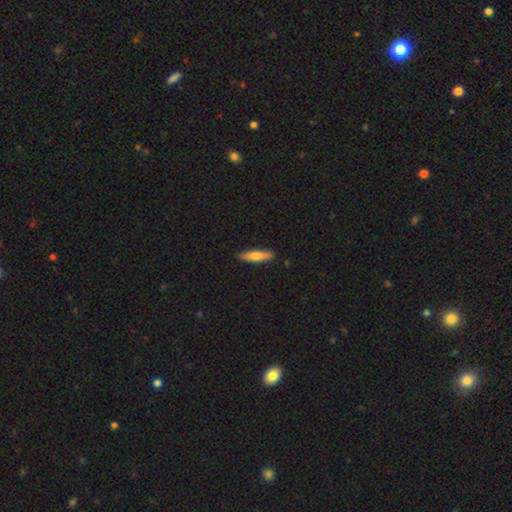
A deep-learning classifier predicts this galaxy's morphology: A smooth galaxy with no disk features (69%) that is cigar-shaped (77%).

Vote fractions:
- Smooth or featured? smooth: 69% / featured or disk: 26% / star or artifact: 5%
- How rounded? cigar-shaped: 77% / in between: 22% / round: 2%
- Merging? none: 90% / minor disturbance: 8% / major disturbance: 1% / merger: 1%